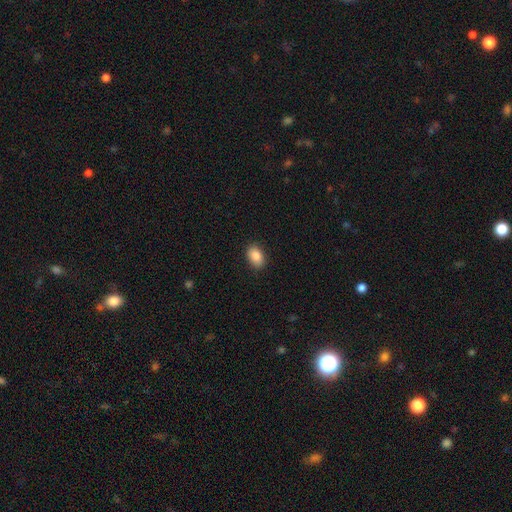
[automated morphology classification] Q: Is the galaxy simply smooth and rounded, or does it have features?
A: smooth — 88%.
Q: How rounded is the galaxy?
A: in between — 88%.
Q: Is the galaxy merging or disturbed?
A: none — 88%.